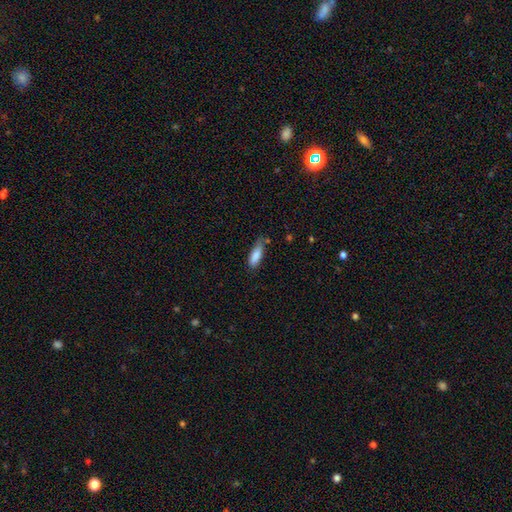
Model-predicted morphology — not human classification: Smooth or featured? smooth (84%)
How rounded? in between (58%)
Merging? none (56%)